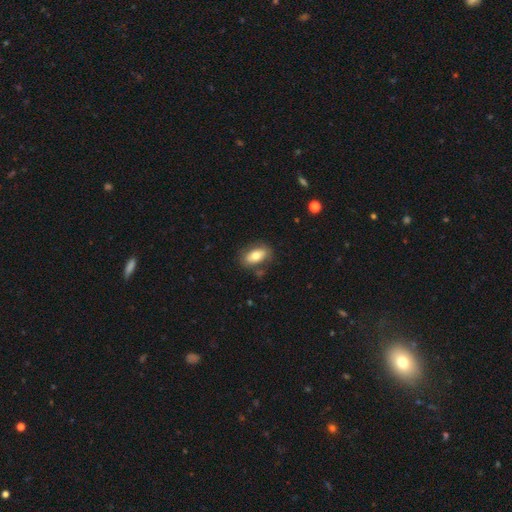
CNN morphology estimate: Overall: smooth (72%). How rounded: in between (90%). Merging: none (76%).